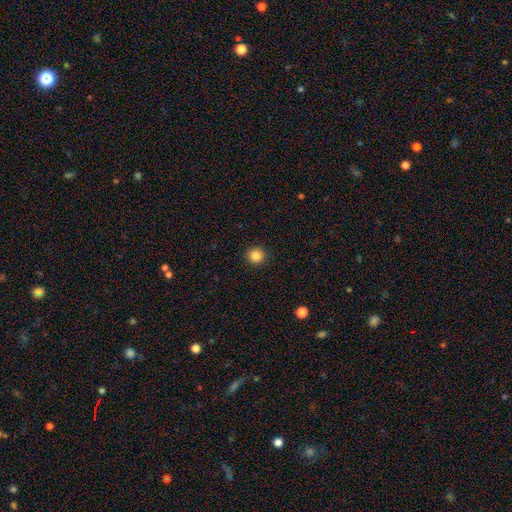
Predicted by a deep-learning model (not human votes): Morphology: type=smooth (86%); roundness=round (92%); merging=none (92%).